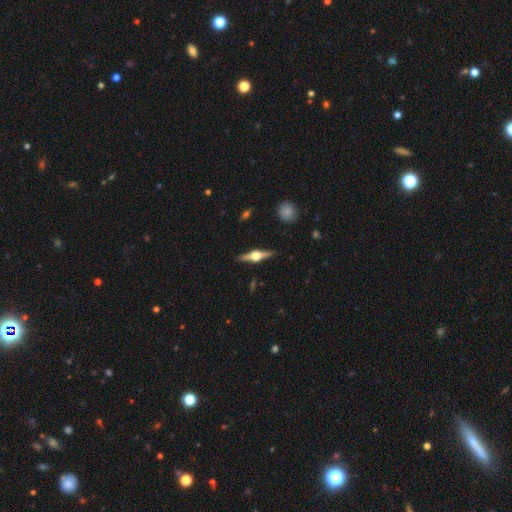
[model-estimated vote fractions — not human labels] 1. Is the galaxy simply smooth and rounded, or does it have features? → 82% featured or disk, 12% smooth, 5% star or artifact.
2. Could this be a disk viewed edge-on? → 98% yes, 2% no.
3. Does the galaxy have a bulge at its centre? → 96% rounded, 3% boxy, 1% none.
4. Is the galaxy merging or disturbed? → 90% none, 7% minor disturbance, 2% major disturbance, 1% merger.